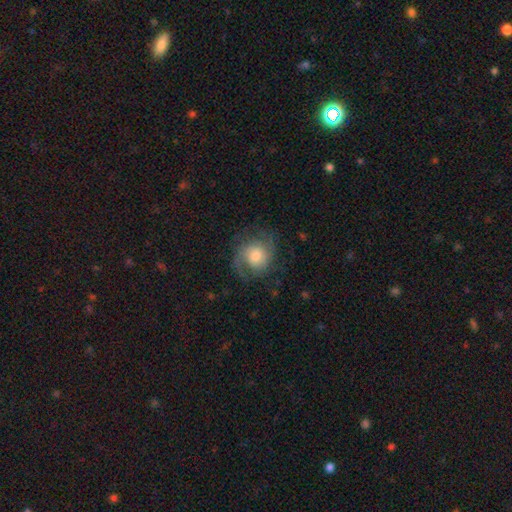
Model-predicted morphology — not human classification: type=featured or disk (67%); edge-on=no (98%); bar=no (68%); spiral arms=yes (93%); winding=medium (47%); arm count=2 (63%); bulge=moderate (52%); merging=none (70%).